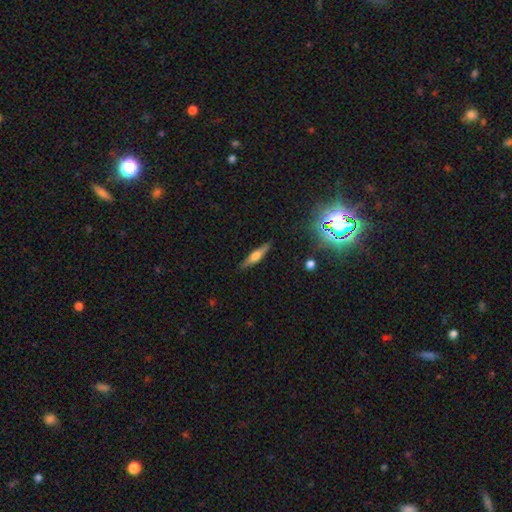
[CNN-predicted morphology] featured or disk 52%, smooth 40%, star or artifact 8%. Down the decision tree: edge-on disk — yes (94%); merging — none (86%).